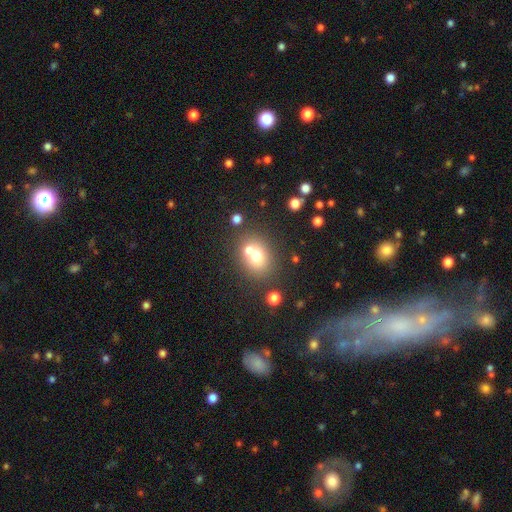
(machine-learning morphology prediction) This appears to be a smooth galaxy with no disk features (69%) that is round (62%). Merging: none (50%).